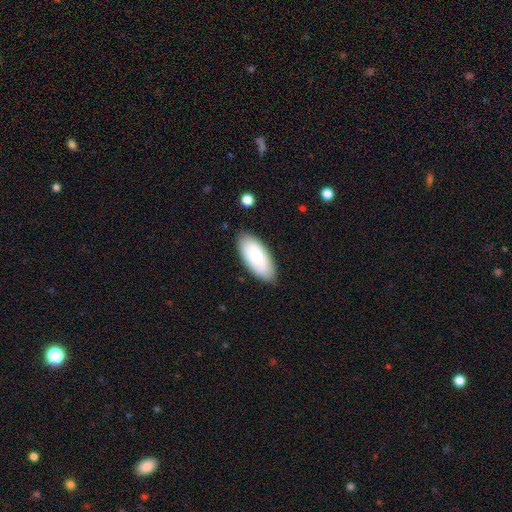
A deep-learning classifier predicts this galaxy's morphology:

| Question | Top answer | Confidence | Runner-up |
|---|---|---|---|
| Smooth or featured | smooth | 74% | featured or disk (20%) |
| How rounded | in between | 88% | cigar-shaped (10%) |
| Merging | none | 84% | minor disturbance (13%) |